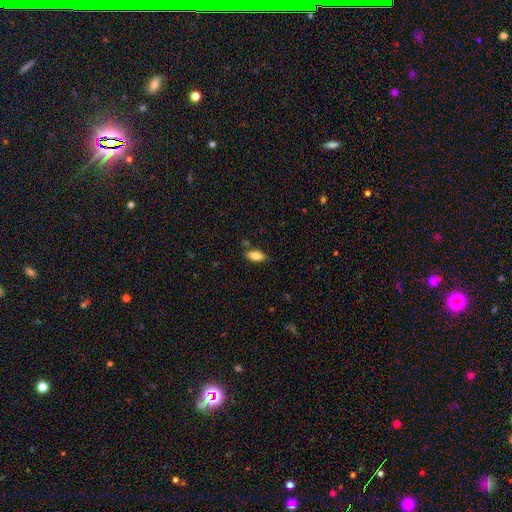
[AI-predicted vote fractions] This appears to be a smooth galaxy with no disk features (83%) that is in between round and cigar-shaped (87%). Merging: none (81%).